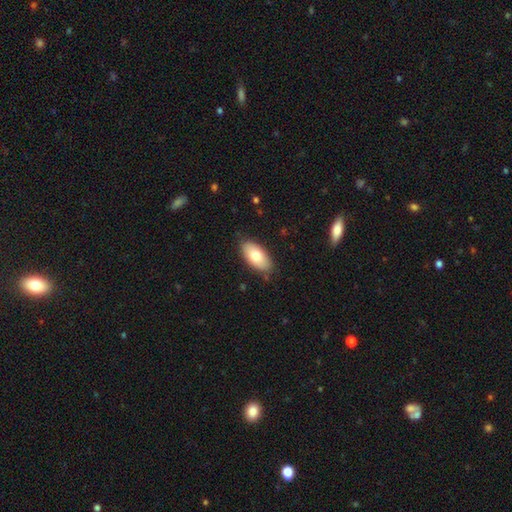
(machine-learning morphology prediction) Smooth or featured: smooth — 76% (featured or disk — 18%)
How rounded: in between — 93% (cigar-shaped — 4%)
Merging: none — 83% (minor disturbance — 13%)